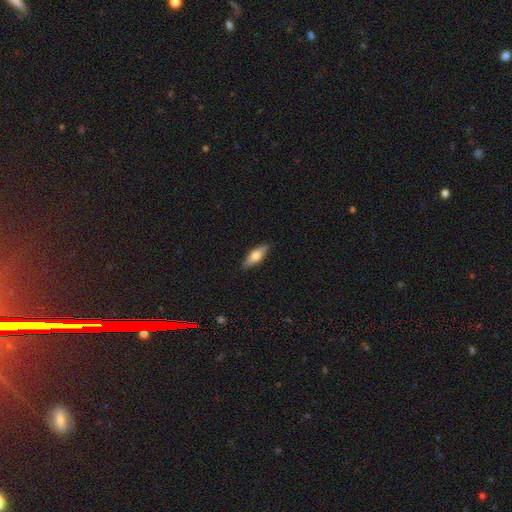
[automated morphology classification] smooth-or-featured: smooth: 59% | featured or disk: 35% | star or artifact: 6%
  how-rounded: in between: 55% | cigar-shaped: 42% | round: 3%
  merging: none: 89% | minor disturbance: 8% | major disturbance: 2% | merger: 1%